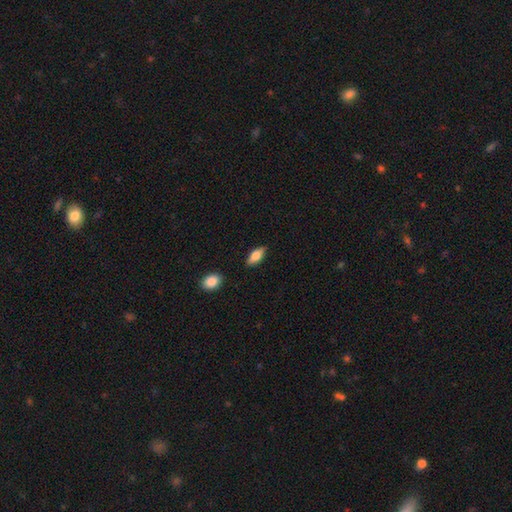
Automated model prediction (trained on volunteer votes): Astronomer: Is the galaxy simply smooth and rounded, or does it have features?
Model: smooth — 71%.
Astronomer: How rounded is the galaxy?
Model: in between — 82%.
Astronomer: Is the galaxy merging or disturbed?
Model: none — 85%.